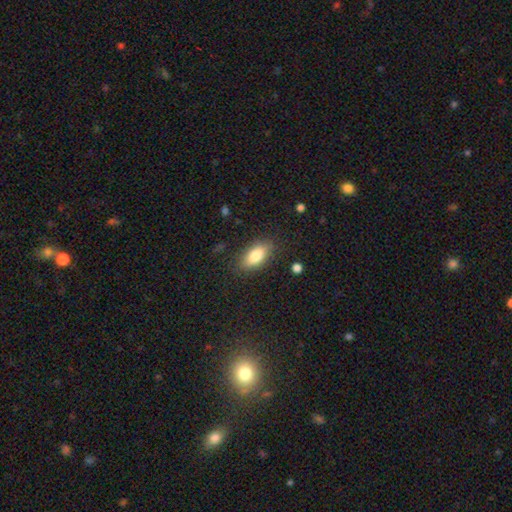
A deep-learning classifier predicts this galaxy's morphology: The model was most divided on "smooth or featured": smooth: 81%, featured or disk: 12%, star or artifact: 8%. More confident: how rounded — in between (86%); merging — none (83%).